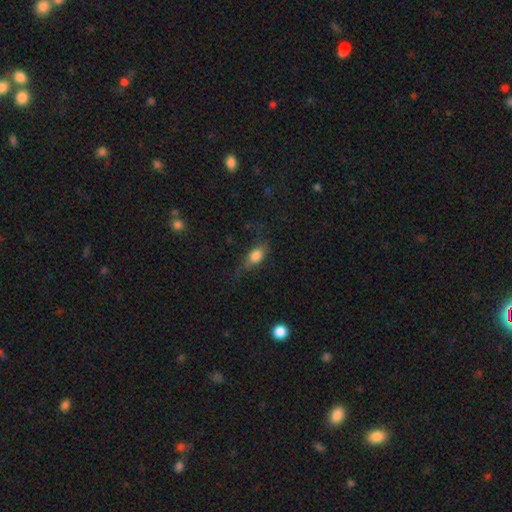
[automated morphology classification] smooth 77%, featured or disk 14%, star or artifact 10%. Down the decision tree: how rounded — in between (79%); merging — none (52%).